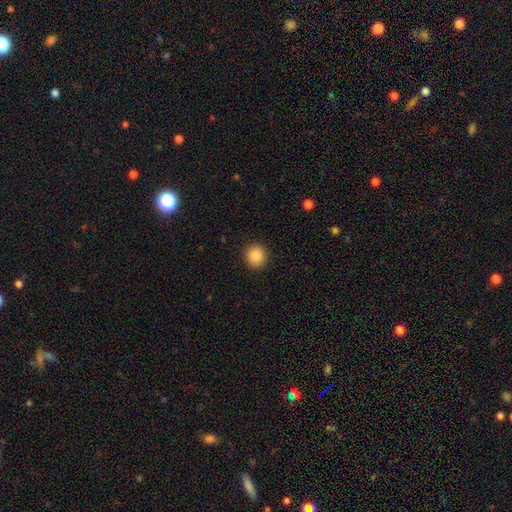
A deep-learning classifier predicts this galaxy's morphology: The model was most divided on "smooth or featured": smooth: 87%, star or artifact: 9%, featured or disk: 4%. More confident: merging — none (92%); how rounded — round (92%).